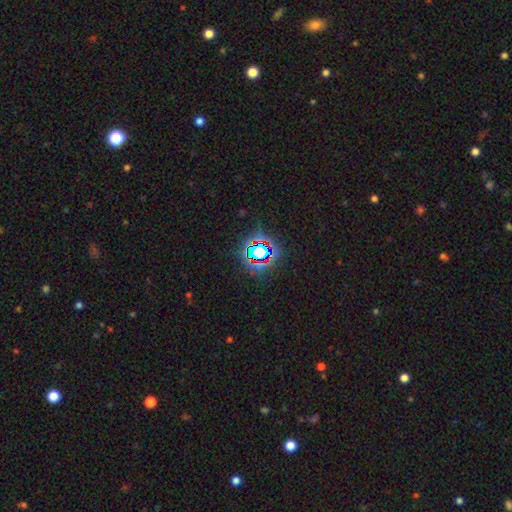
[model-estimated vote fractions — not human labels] Q: Smooth or featured?
A: star or artifact (70%); runner-up: smooth (20%)